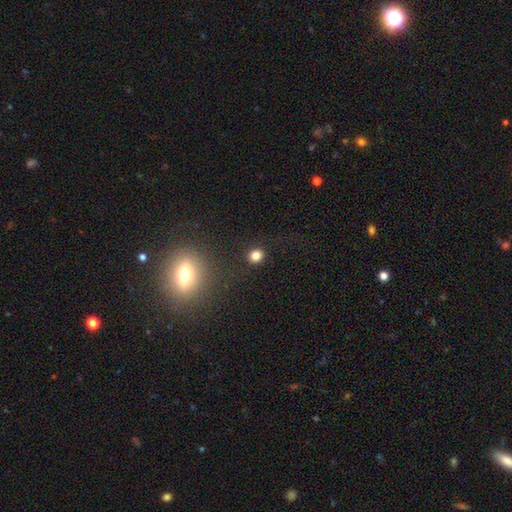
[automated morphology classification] This appears to be a smooth galaxy with no disk features (82%) that is round (80%). Merging: none (88%).